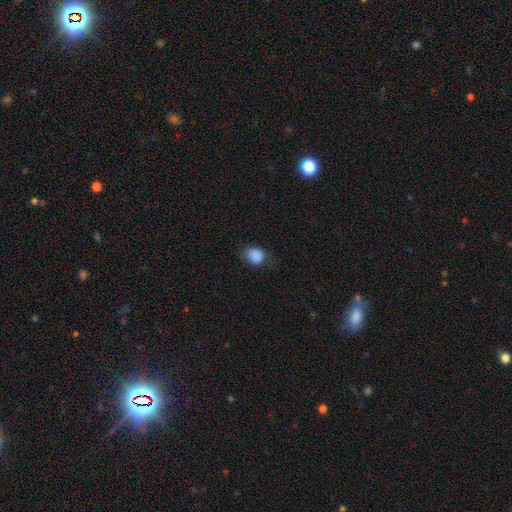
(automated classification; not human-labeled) Smooth or featured? smooth (87%)
How rounded? round (55%)
Merging? none (66%)